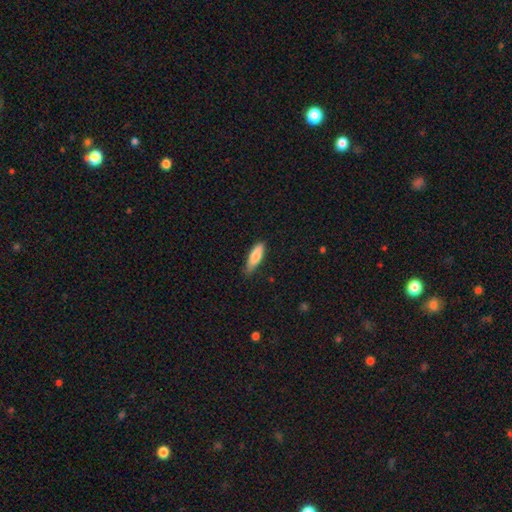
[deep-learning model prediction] Overall: smooth (83%). How rounded: cigar-shaped (56%; in between 43%). Merging: none (77%).